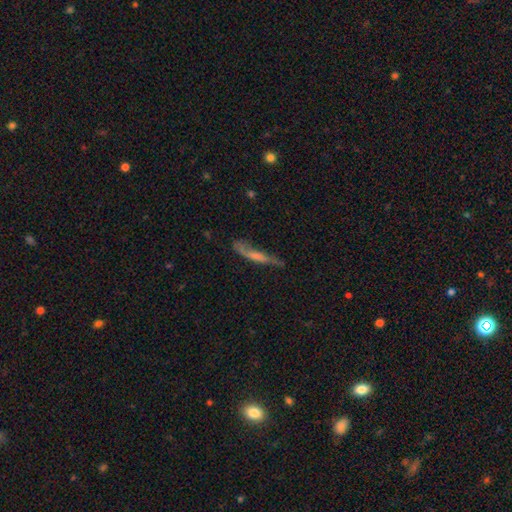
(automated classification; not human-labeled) Smooth or featured: featured or disk — 51% (smooth — 40%)
Edge-on disk: yes — 68% (no — 32%)
Merging: none — 53% (minor disturbance — 28%)